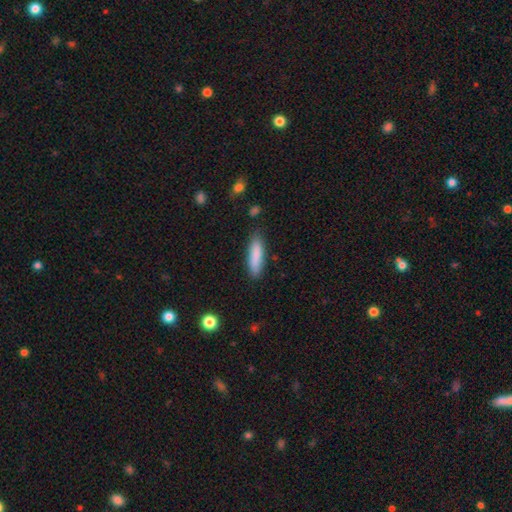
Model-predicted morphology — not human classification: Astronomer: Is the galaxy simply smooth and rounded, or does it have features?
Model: smooth — 86%.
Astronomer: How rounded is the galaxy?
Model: cigar-shaped — 63%.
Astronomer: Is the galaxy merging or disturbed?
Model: none — 83%.